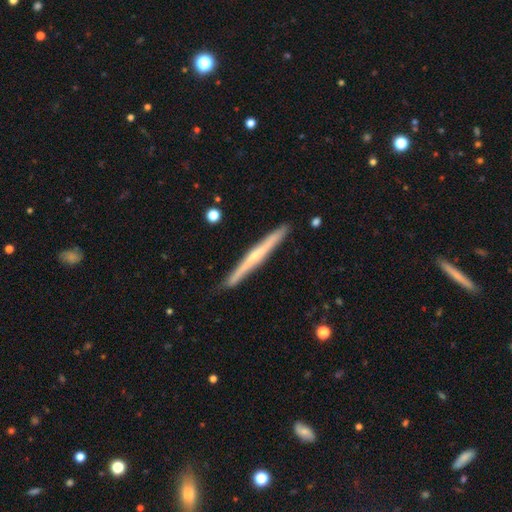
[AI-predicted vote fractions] Smooth or featured?
  - featured or disk: 67% *
  - smooth: 28%
  - star or artifact: 5%
Edge-on disk?
  - yes: 97% *
  - no: 3%
Edge-on bulge?
  - rounded: 56% *
  - none: 39%
  - boxy: 5%
Merging?
  - none: 90% *
  - minor disturbance: 7%
  - major disturbance: 1%
  - merger: 1%